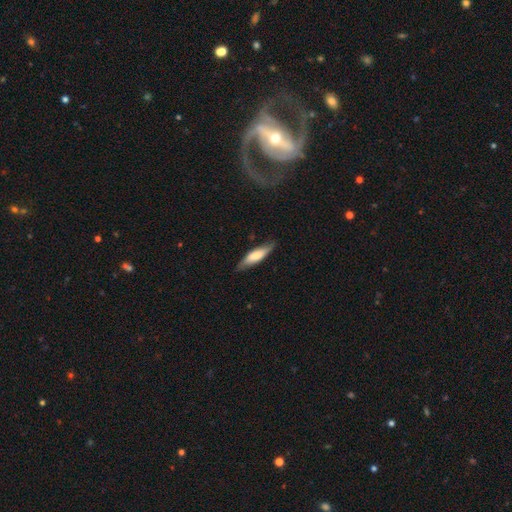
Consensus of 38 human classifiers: Morphology: type=smooth (63%); roundness=cigar-shaped (62%); merging=none (83%).